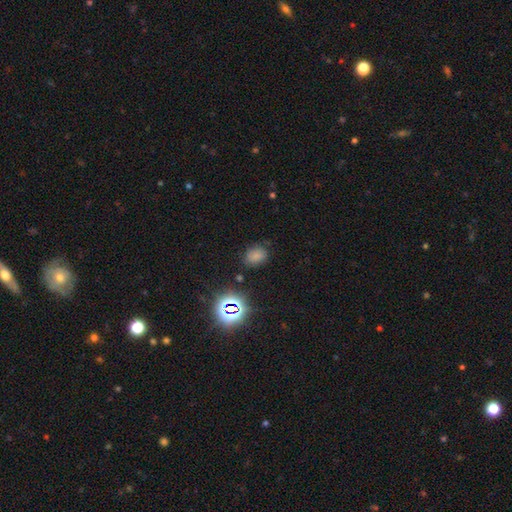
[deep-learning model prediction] Morphology: type=smooth (68%); roundness=in between (72%); merging=none (75%).